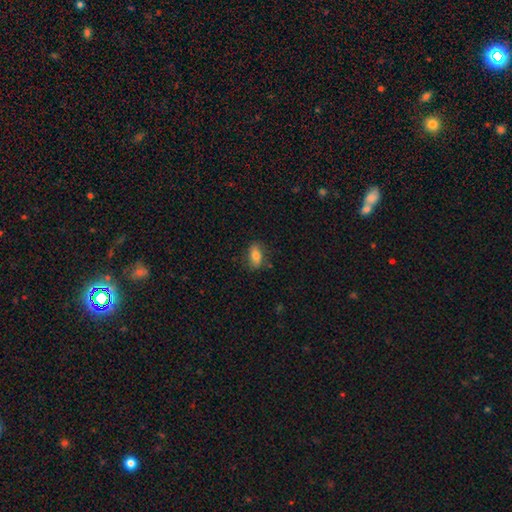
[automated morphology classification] The model was most divided on "merging": none: 79%, minor disturbance: 16%, major disturbance: 4%, merger: 2%. More confident: how rounded — in between (86%); smooth or featured — smooth (78%).